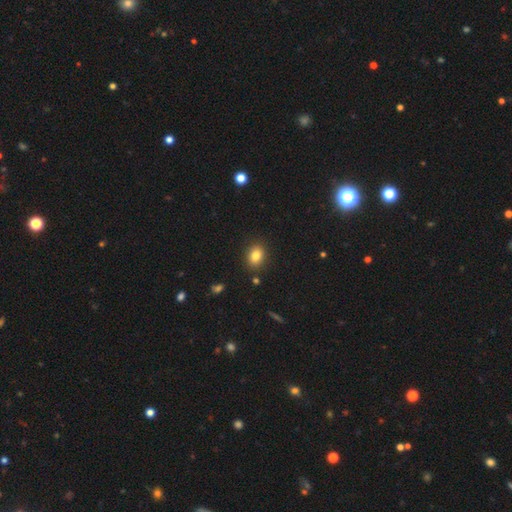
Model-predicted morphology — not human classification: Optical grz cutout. It shows a smooth galaxy with no disk features (82%) that is in between round and cigar-shaped (63%). Merging: none (87%).